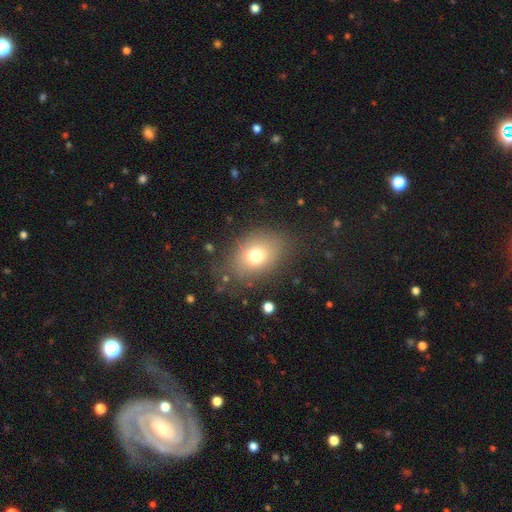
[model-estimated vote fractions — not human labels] Smooth or featured? Predicted: smooth (p=0.73). How rounded? Predicted: in between (p=0.66). Merging? Predicted: none (p=0.74).